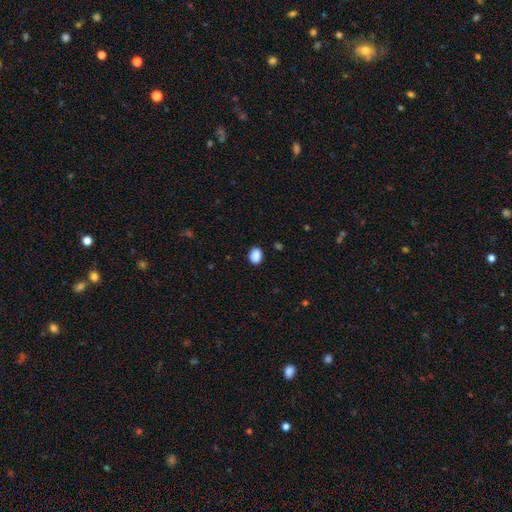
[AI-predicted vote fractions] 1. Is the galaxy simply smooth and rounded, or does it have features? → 89% smooth, 8% star or artifact, 3% featured or disk.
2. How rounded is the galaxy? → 61% in between, 38% round, 1% cigar-shaped.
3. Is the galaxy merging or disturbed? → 88% none, 9% minor disturbance, 2% major disturbance, 1% merger.